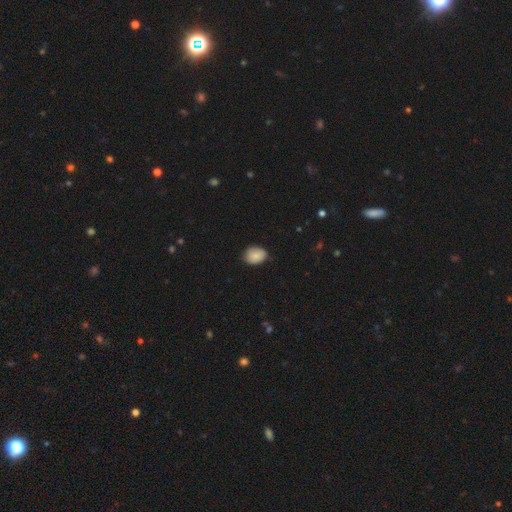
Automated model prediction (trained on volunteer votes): A smooth galaxy with no disk features (83%) that is in between round and cigar-shaped (61%).

Vote fractions:
- Smooth or featured? smooth: 83% / featured or disk: 9% / star or artifact: 8%
- How rounded? in between: 61% / round: 38% / cigar-shaped: 1%
- Merging? none: 77% / minor disturbance: 19% / major disturbance: 3% / merger: 1%